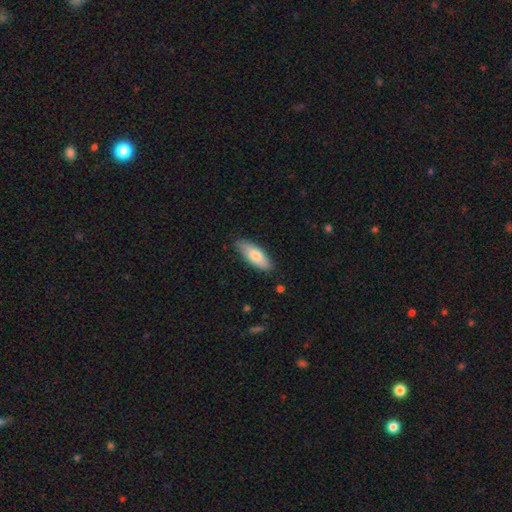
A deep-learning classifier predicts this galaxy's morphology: smooth 76%, featured or disk 19%, star or artifact 6%. Down the decision tree: how rounded — in between (71%); merging — none (81%).